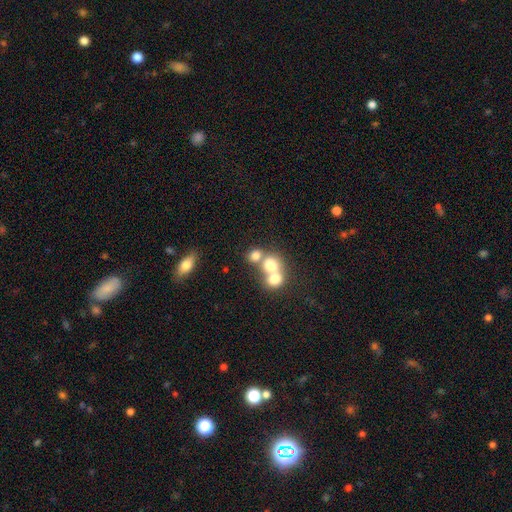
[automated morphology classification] The model was most divided on "merging": merger: 57%, none: 32%, minor disturbance: 7%, major disturbance: 4%. More confident: smooth or featured — smooth (73%); how rounded — round (65%).